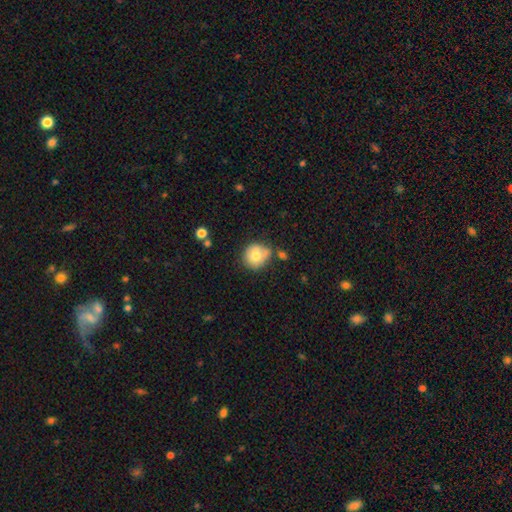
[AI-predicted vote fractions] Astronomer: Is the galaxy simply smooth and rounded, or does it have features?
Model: smooth — 73%.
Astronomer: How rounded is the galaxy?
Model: round — 83%.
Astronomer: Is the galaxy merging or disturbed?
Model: none — 55%.